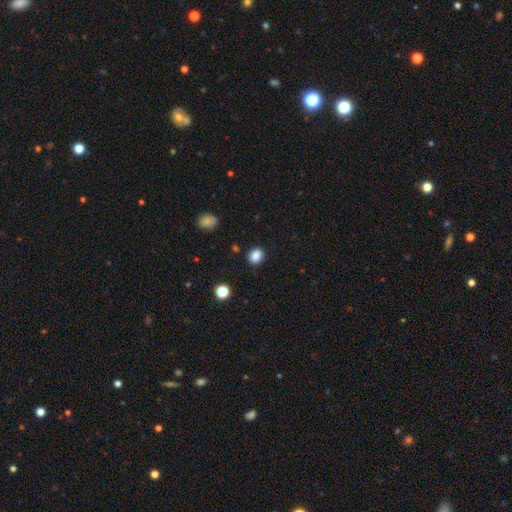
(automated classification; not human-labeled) Q: Smooth or featured?
A: smooth (85%); runner-up: star or artifact (11%)
Q: How rounded?
A: round (62%); runner-up: in between (37%)
Q: Merging?
A: none (87%); runner-up: minor disturbance (9%)